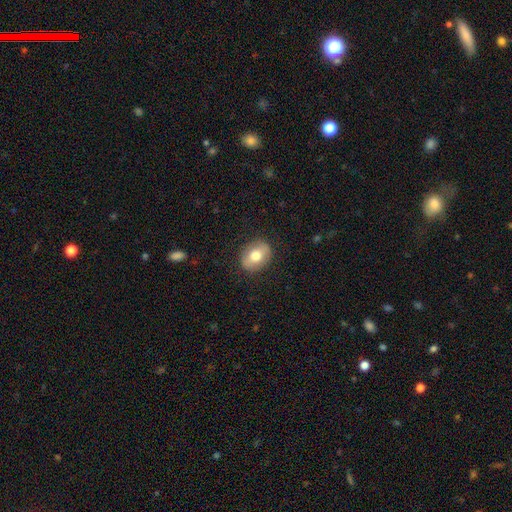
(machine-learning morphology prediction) smooth 68%, featured or disk 24%, star or artifact 8%. Down the decision tree: how rounded — in between (61%); merging — none (86%).